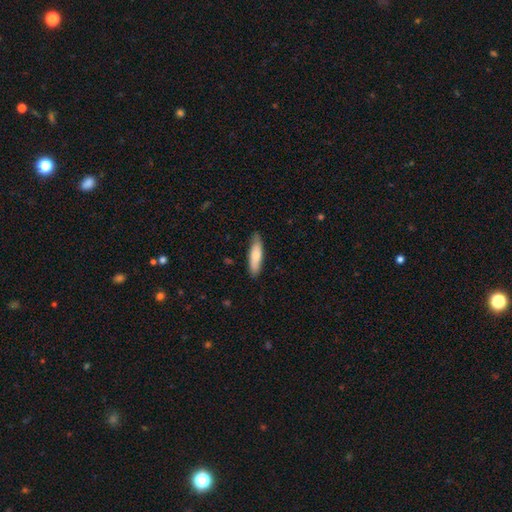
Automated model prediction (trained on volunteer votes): smooth-or-featured: smooth: 73% | featured or disk: 22% | star or artifact: 5%
  how-rounded: cigar-shaped: 67% | in between: 32% | round: 2%
  merging: none: 83% | minor disturbance: 14% | major disturbance: 2% | merger: 1%